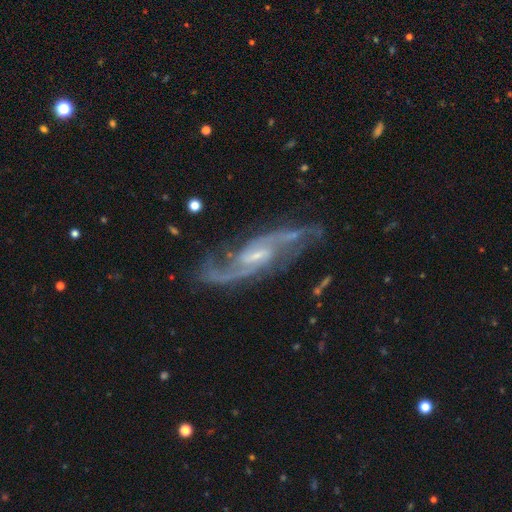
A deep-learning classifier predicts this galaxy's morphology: Smooth or featured? featured or disk (91%)
Edge-on disk? no (93%)
Bar? weak (52%)
Spiral arms? yes (98%)
Spiral winding? medium (53%)
Spiral arm count? 2 (85%)
Bulge size? small (63%)
Merging? none (75%)